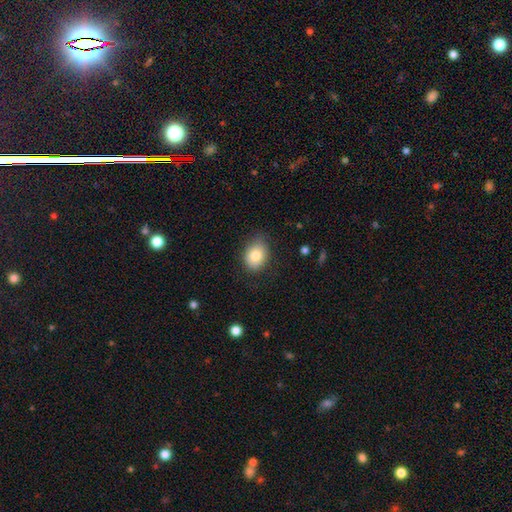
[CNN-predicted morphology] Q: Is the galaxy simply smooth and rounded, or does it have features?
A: smooth — 81%.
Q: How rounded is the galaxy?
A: in between — 63%.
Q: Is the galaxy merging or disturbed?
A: none — 75%.